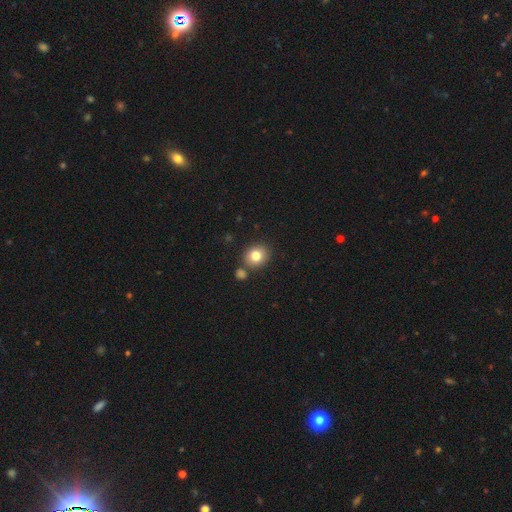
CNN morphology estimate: A smooth galaxy with no disk features (80%) that is round (76%). Merging: none (78%).